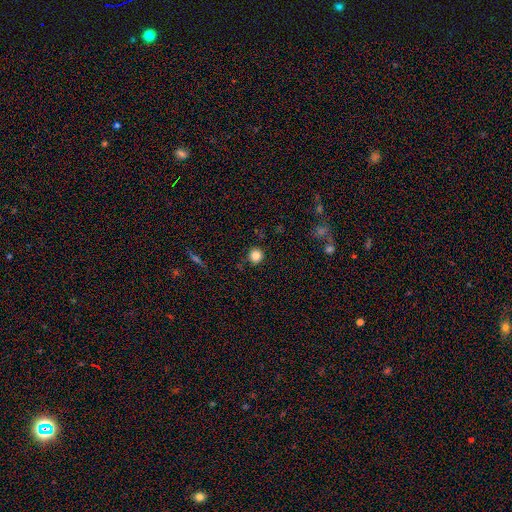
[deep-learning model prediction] smooth-or-featured: smooth: 83% | star or artifact: 12% | featured or disk: 5%
  how-rounded: round: 93% | in between: 6% | cigar-shaped: 1%
  merging: none: 88% | minor disturbance: 8% | major disturbance: 2% | merger: 2%